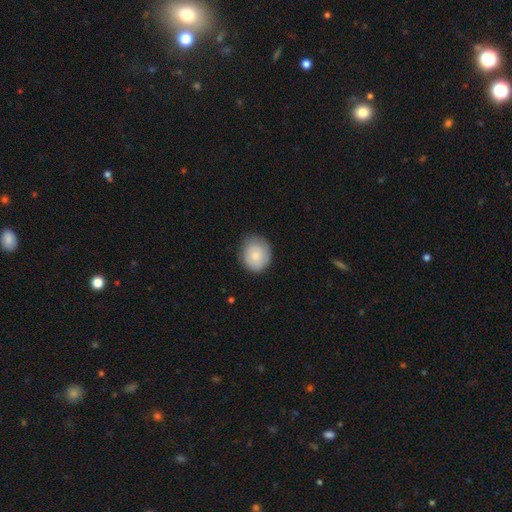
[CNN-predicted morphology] Smooth or featured?
  - smooth: 79% *
  - featured or disk: 14%
  - star or artifact: 7%
How rounded?
  - round: 67% *
  - in between: 32%
  - cigar-shaped: 1%
Merging?
  - none: 76% *
  - minor disturbance: 19%
  - major disturbance: 4%
  - merger: 1%